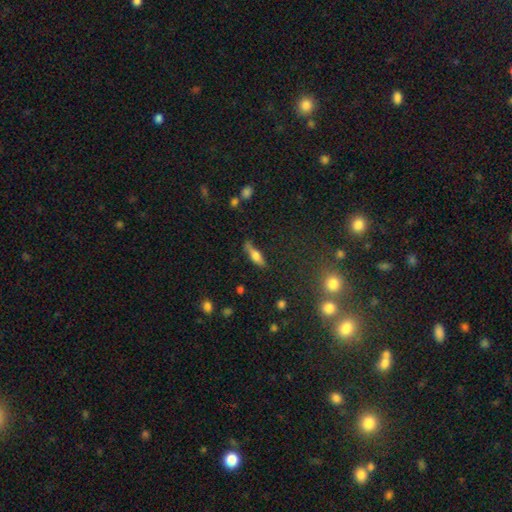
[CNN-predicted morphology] A smooth galaxy with no disk features (53%) that is cigar-shaped (60%).

Vote fractions:
- Smooth or featured? smooth: 53% / featured or disk: 39% / star or artifact: 9%
- How rounded? cigar-shaped: 60% / in between: 37% / round: 3%
- Merging? none: 73% / minor disturbance: 18% / major disturbance: 5% / merger: 4%